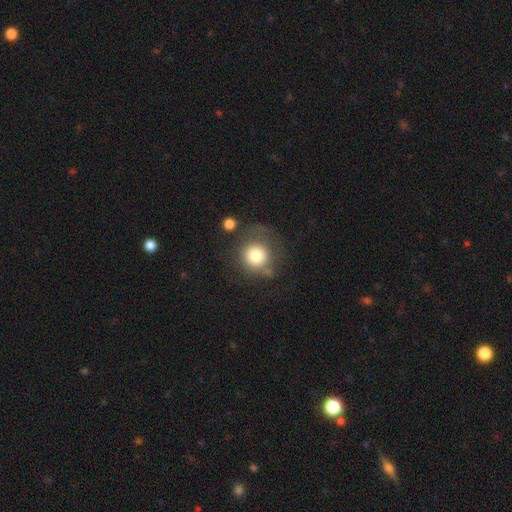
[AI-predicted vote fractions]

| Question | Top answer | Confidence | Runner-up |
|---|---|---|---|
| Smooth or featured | smooth | 78% | featured or disk (12%) |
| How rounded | round | 91% | in between (9%) |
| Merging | none | 56% | minor disturbance (21%) |